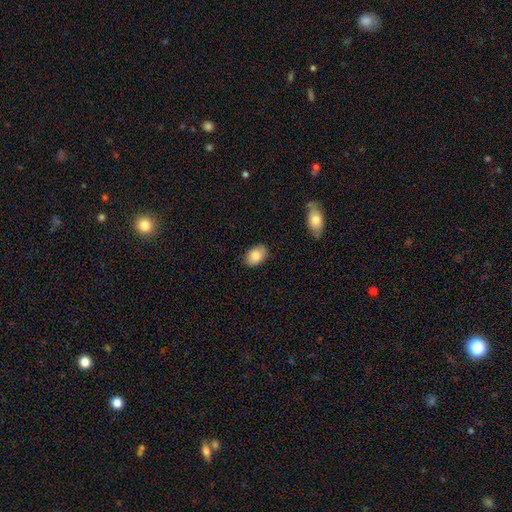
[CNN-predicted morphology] smooth-or-featured: smooth: 85% | featured or disk: 8% | star or artifact: 7%
  how-rounded: in between: 86% | round: 13% | cigar-shaped: 1%
  merging: none: 84% | minor disturbance: 13% | major disturbance: 2% | merger: 1%